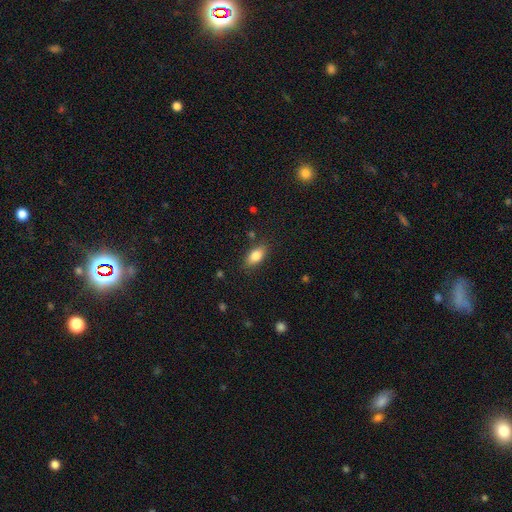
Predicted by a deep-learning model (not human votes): Morphology: type=smooth (82%); roundness=in between (88%); merging=none (82%).